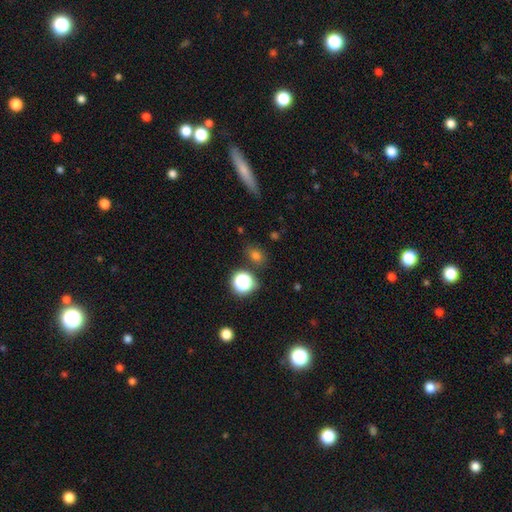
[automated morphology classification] The model was most divided on "how rounded": round: 51%, in between: 47%, cigar-shaped: 1%. More confident: merging — none (79%); smooth or featured — smooth (71%).